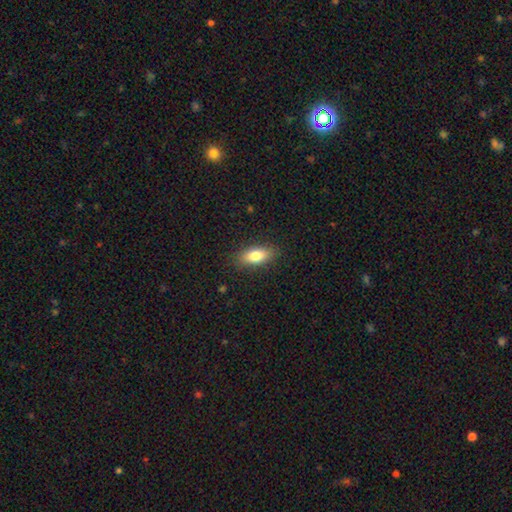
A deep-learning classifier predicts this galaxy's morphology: Overall: smooth (80%). How rounded: in between (83%). Merging: none (86%).